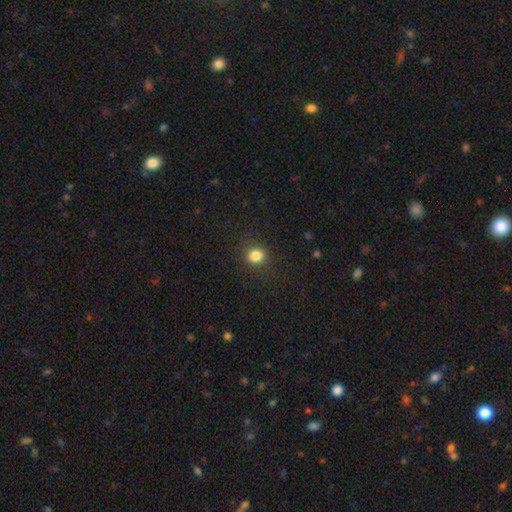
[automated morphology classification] Q: Smooth or featured?
A: smooth (83%); runner-up: star or artifact (12%)
Q: How rounded?
A: round (69%); runner-up: in between (30%)
Q: Merging?
A: none (87%); runner-up: minor disturbance (9%)